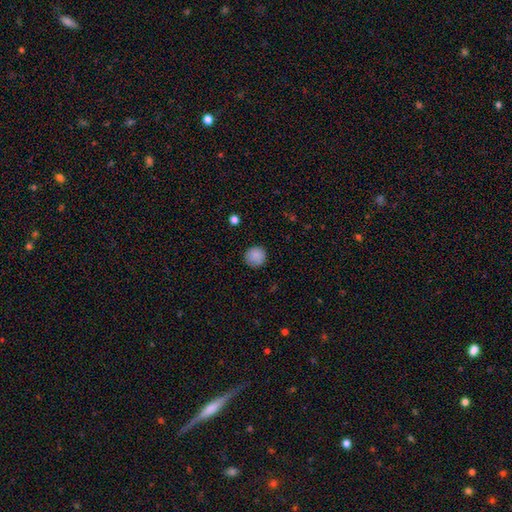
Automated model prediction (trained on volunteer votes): smooth 88%, star or artifact 9%, featured or disk 4%. Down the decision tree: how rounded — round (92%); merging — none (88%).